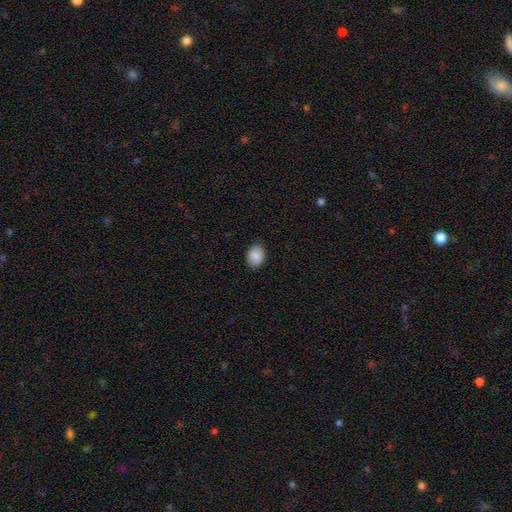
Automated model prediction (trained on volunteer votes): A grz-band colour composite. It shows a smooth galaxy with no disk features (89%) that is in between round and cigar-shaped (63%). Merging: none (88%).